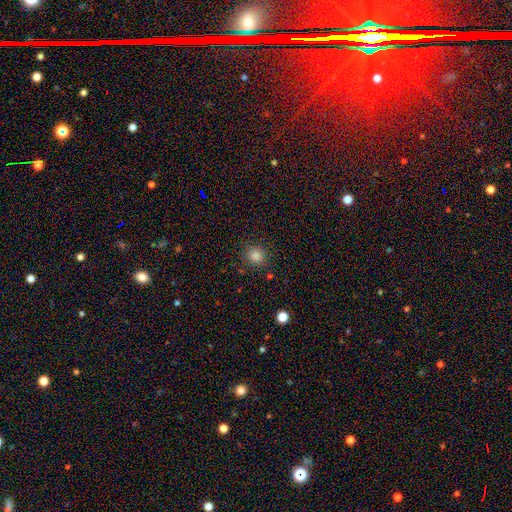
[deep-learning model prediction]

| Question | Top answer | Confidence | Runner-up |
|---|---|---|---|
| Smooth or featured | smooth | 82% | star or artifact (14%) |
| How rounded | round | 88% | in between (11%) |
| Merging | none | 86% | minor disturbance (9%) |